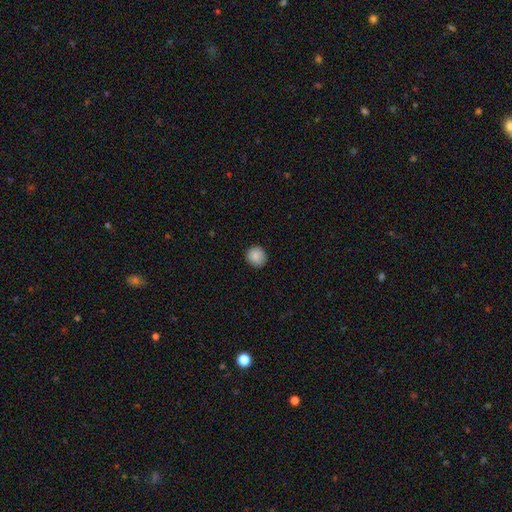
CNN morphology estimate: smooth_or_featured: smooth (p=0.88) [alt: star or artifact p=0.08]
how_rounded: round (p=0.90) [alt: in between p=0.09]
merging: none (p=0.89) [alt: minor disturbance p=0.09]